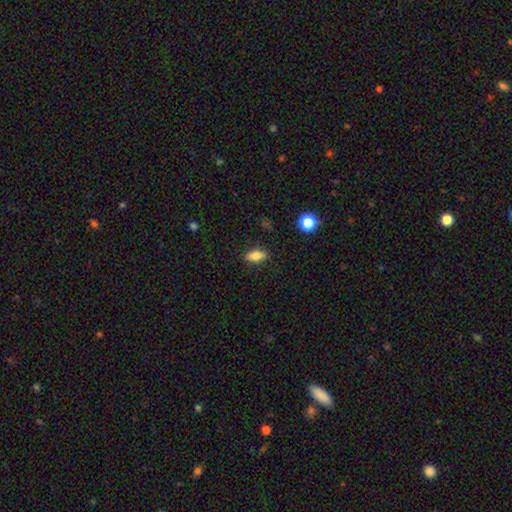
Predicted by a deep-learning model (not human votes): Smooth or featured? smooth (76%)
How rounded? in between (79%)
Merging? none (87%)